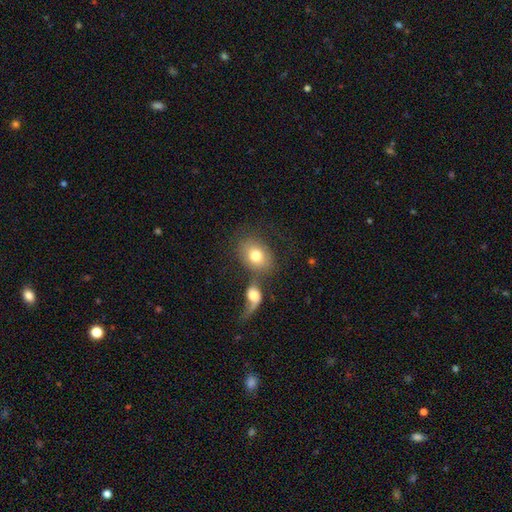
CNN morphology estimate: smooth_or_featured: smooth (p=0.74) [alt: featured or disk p=0.18]
how_rounded: in between (p=0.62) [alt: round p=0.37]
merging: none (p=0.45) [alt: merger p=0.34]